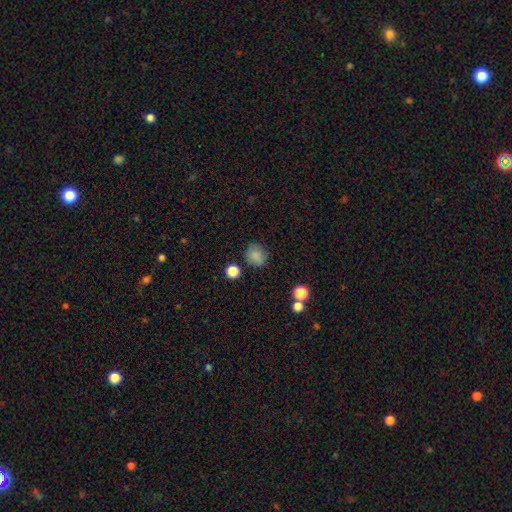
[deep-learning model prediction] Overall: smooth (84%). How rounded: round (74%). Merging: none (78%).